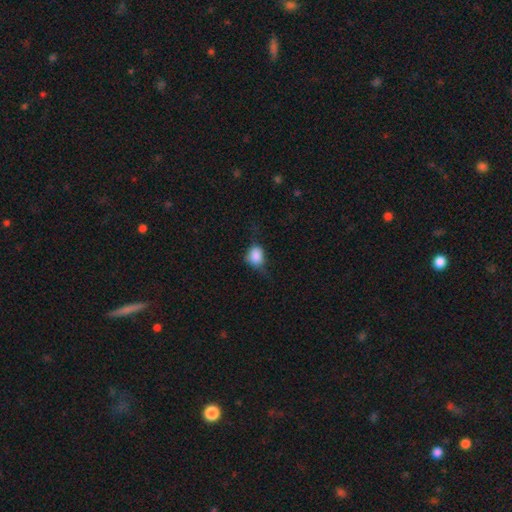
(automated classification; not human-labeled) The model was most divided on "how rounded": round: 50%, in between: 48%, cigar-shaped: 2%. Remaining: smooth or featured — smooth (80%); merging — none (39%).